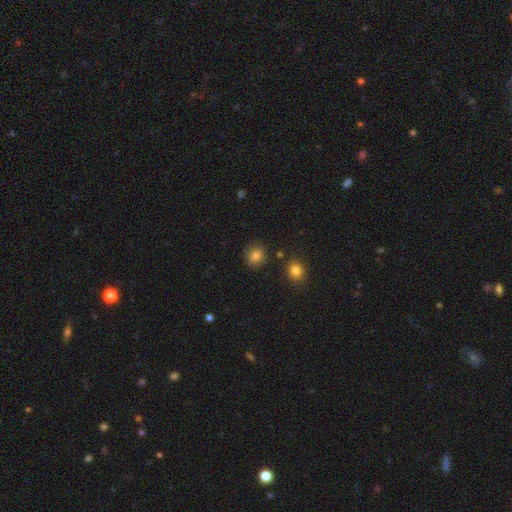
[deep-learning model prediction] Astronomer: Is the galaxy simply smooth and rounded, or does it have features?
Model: smooth — 83%.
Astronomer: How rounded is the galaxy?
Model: round — 80%.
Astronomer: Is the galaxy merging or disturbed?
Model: none — 84%.